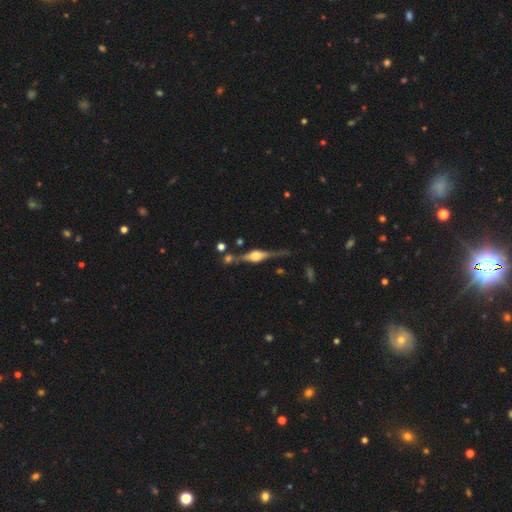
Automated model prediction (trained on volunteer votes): Smooth or featured? Predicted: featured or disk (p=0.84). Edge-on disk? Predicted: yes (p=0.97). Edge-on bulge? Predicted: rounded (p=0.90). Merging? Predicted: none (p=0.77).